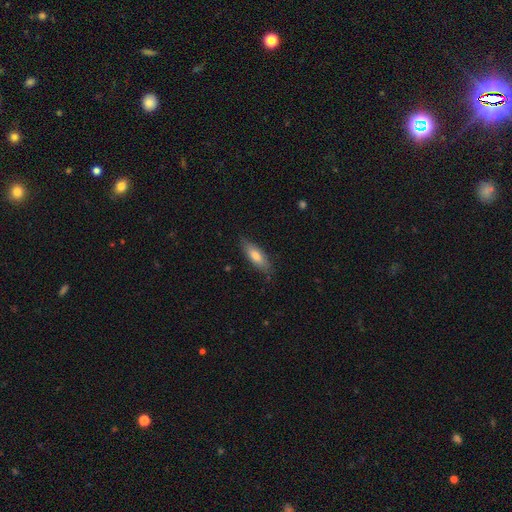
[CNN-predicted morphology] Overall: smooth (71%). How rounded: in between (55%; cigar-shaped 43%). Merging: none (80%).